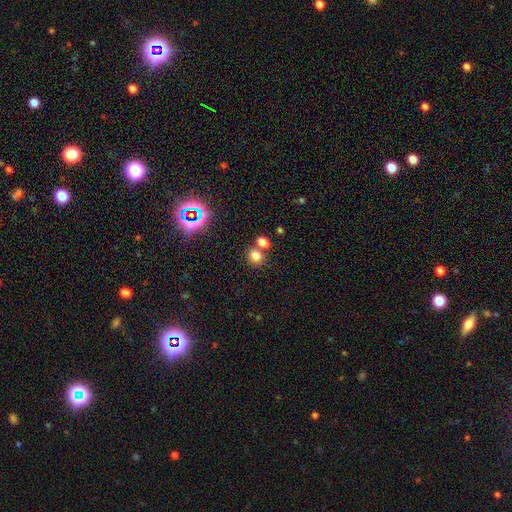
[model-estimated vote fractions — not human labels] A smooth galaxy with no disk features (77%) that is round (60%). Merging: none (54%).